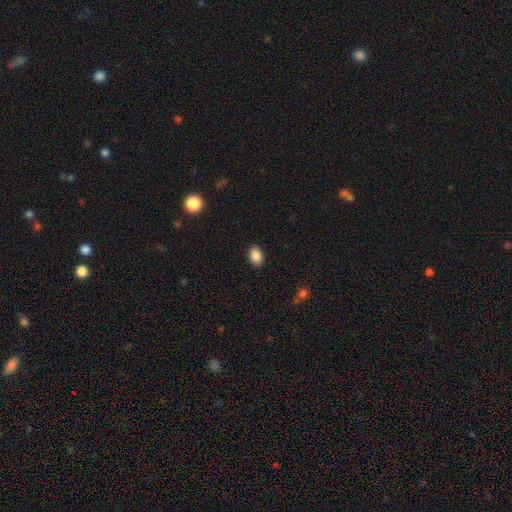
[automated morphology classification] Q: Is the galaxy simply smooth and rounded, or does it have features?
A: smooth — 89%.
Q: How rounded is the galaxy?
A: in between — 86%.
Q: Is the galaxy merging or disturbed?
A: none — 89%.